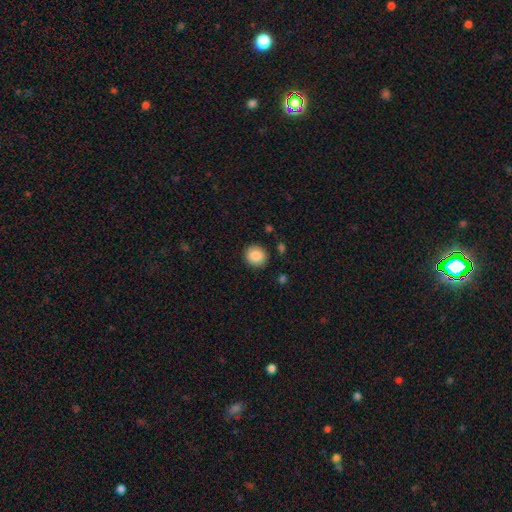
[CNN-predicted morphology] type=smooth (87%); roundness=round (84%); merging=none (89%).